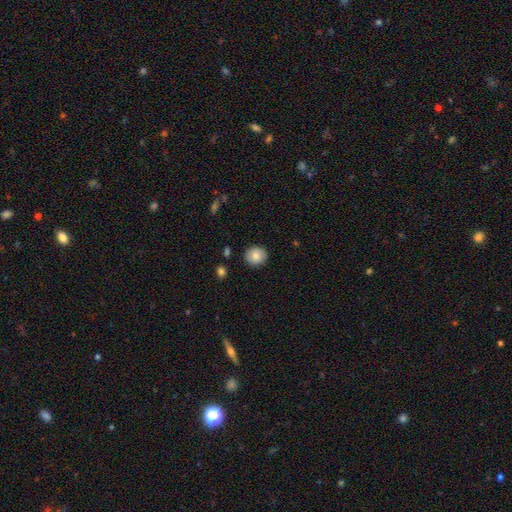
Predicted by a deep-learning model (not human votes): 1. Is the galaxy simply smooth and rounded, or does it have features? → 83% smooth, 9% featured or disk, 8% star or artifact.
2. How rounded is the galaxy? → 84% round, 15% in between, 1% cigar-shaped.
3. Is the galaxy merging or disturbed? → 89% none, 8% minor disturbance, 2% major disturbance, 1% merger.